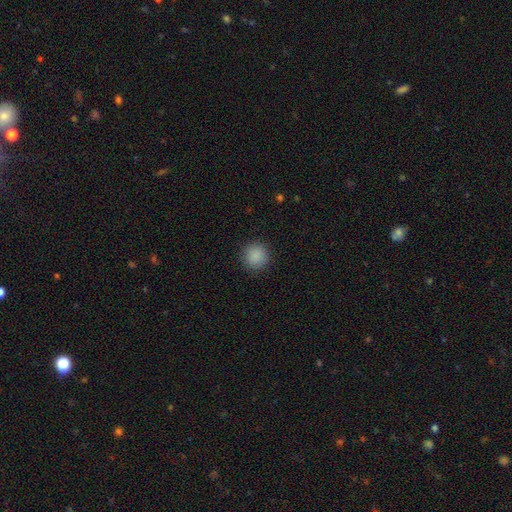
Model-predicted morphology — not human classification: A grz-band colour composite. It shows a smooth galaxy with no disk features (89%) that is round (94%). Merging: none (91%).